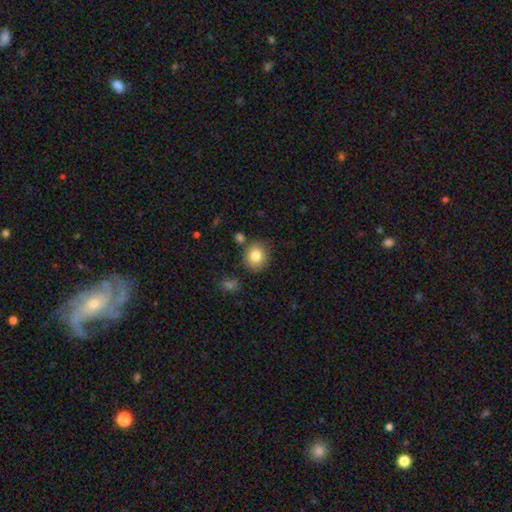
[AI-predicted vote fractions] smooth 81%, star or artifact 9%, featured or disk 9%. Down the decision tree: how rounded — round (79%); merging — none (81%).